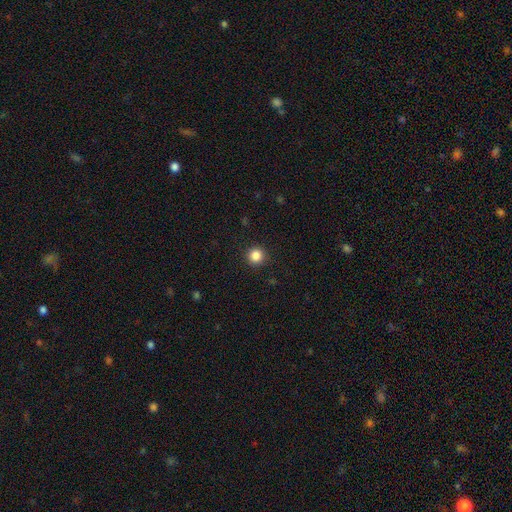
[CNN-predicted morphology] Smooth or featured? smooth (85%)
How rounded? round (95%)
Merging? none (92%)